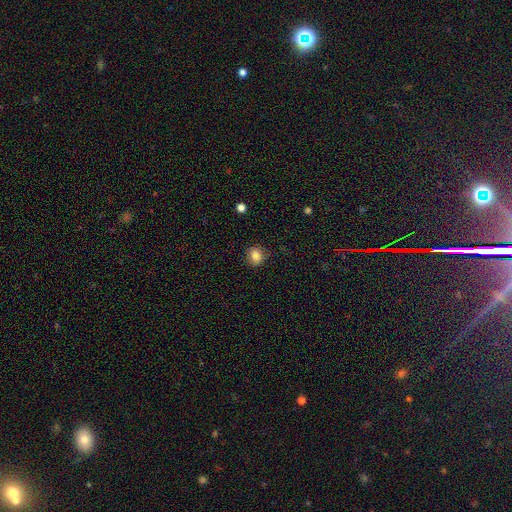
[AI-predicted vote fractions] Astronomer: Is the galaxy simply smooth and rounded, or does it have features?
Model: smooth — 84%.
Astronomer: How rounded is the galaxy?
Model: round — 65%.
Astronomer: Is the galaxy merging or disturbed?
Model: none — 82%.